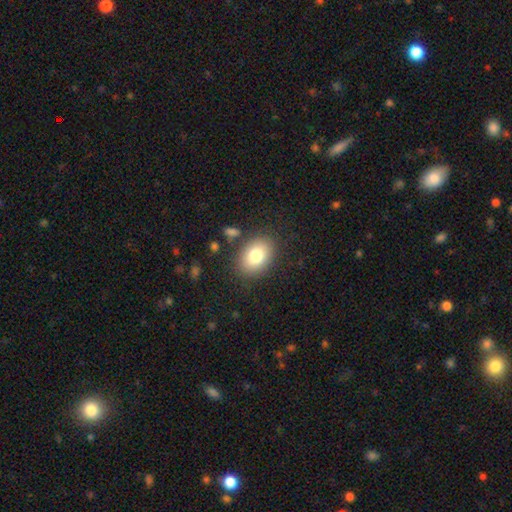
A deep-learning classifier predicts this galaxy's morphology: type=smooth (81%); roundness=in between (76%); merging=none (83%).